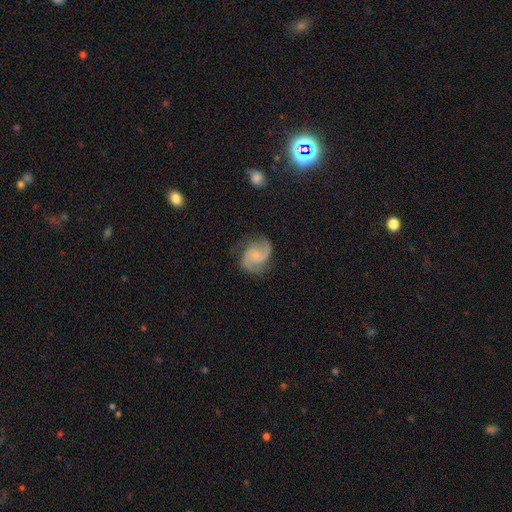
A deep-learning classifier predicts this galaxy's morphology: The model was most divided on "bar": no: 61%, weak: 33%, strong: 6%. More confident: edge-on disk — no (98%); spiral arms — yes (98%); spiral arm count — 2 (90%); smooth or featured — featured or disk (86%); merging — none (75%); bulge size — small (60%); spiral winding — medium (56%).